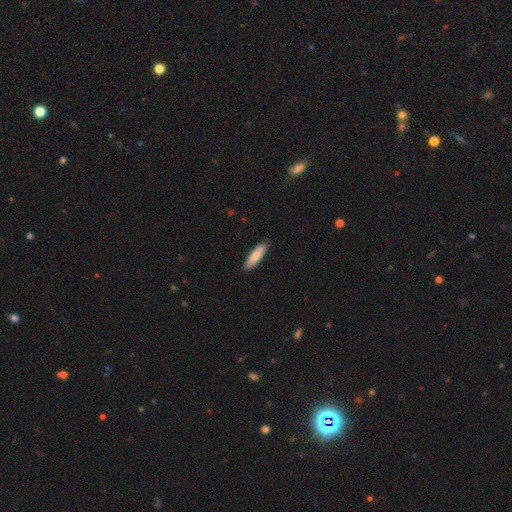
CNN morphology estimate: This is clearly a smooth galaxy (82%). How rounded: likely cigar-shaped (67%). Merging: clearly none (88%).